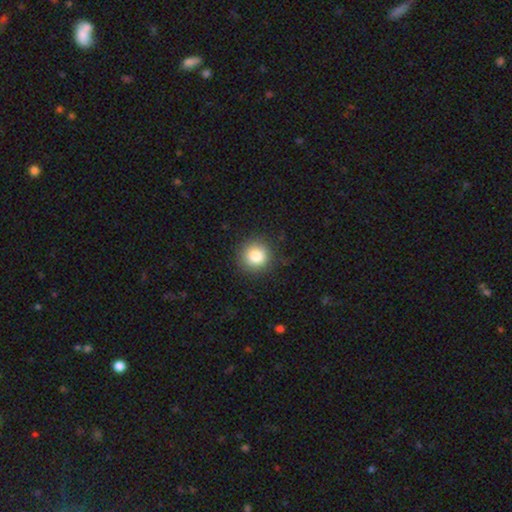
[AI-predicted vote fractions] The model was most divided on "smooth or featured": smooth: 83%, star or artifact: 10%, featured or disk: 7%. More confident: how rounded — round (93%); merging — none (89%).